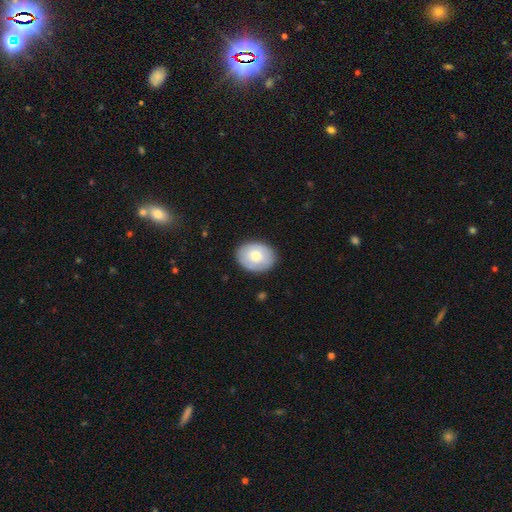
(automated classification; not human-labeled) Smooth or featured? smooth (73%)
How rounded? in between (61%)
Merging? none (85%)